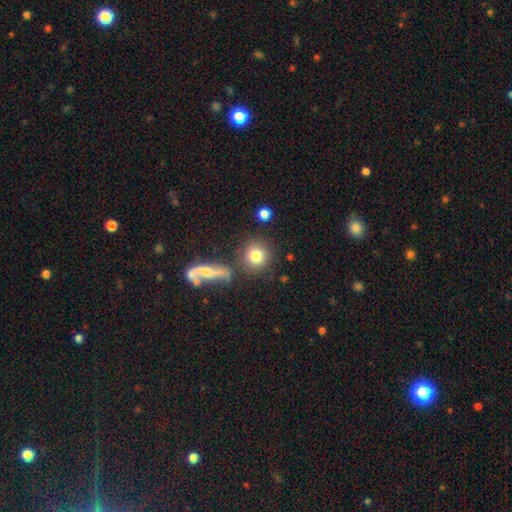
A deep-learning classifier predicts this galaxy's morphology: smooth_or_featured: smooth (p=0.79) [alt: featured or disk p=0.11]
how_rounded: round (p=0.89) [alt: in between p=0.09]
merging: none (p=0.73) [alt: merger p=0.12]